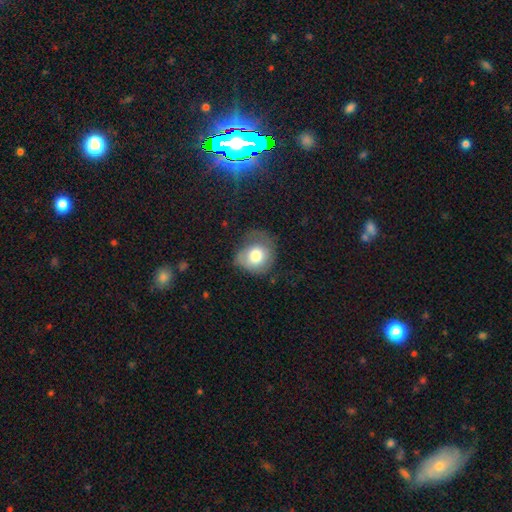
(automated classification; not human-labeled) A smooth galaxy with no disk features (72%) that is round (70%).

Vote fractions:
- Smooth or featured? smooth: 72% / featured or disk: 20% / star or artifact: 8%
- How rounded? round: 70% / in between: 29% / cigar-shaped: 1%
- Merging? none: 43% / minor disturbance: 35% / major disturbance: 20% / merger: 2%